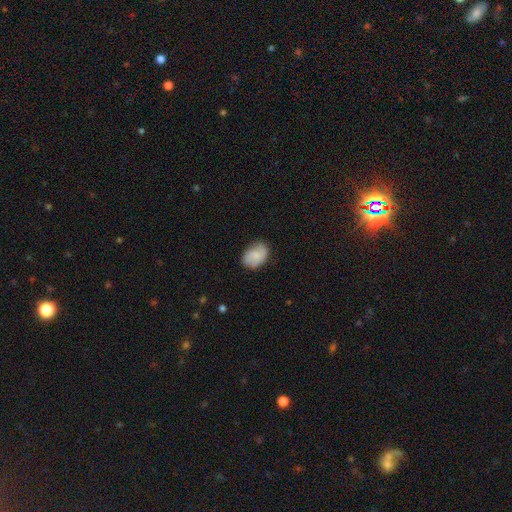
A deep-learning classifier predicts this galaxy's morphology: Q: Smooth or featured?
A: smooth (70%); runner-up: featured or disk (23%)
Q: How rounded?
A: in between (77%); runner-up: round (21%)
Q: Merging?
A: none (71%); runner-up: minor disturbance (23%)